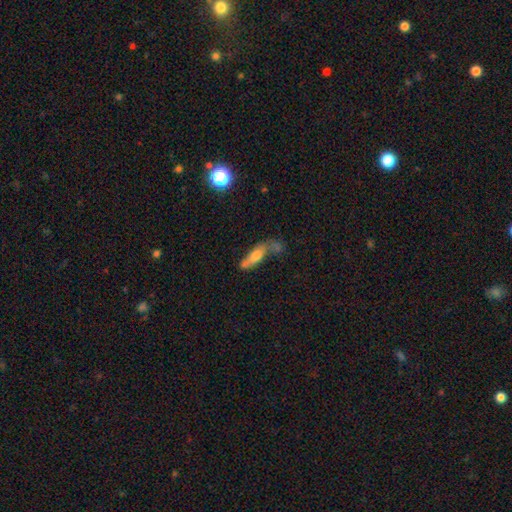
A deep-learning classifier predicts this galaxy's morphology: A smooth galaxy with no disk features (54%) that is cigar-shaped (53%).

Vote fractions:
- Smooth or featured? smooth: 54% / featured or disk: 36% / star or artifact: 10%
- How rounded? cigar-shaped: 53% / in between: 43% / round: 4%
- Merging? none: 33% / merger: 32% / minor disturbance: 18% / major disturbance: 16%